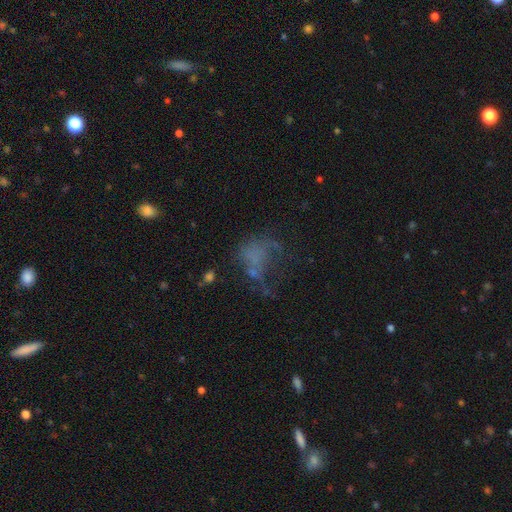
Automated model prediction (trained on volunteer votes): A smooth galaxy with no disk features (39%, tied with featured or disk).

Vote fractions:
- Smooth or featured? smooth: 39% (tied) / featured or disk: 39% (tied) / star or artifact: 22%
- Merging? major disturbance: 45% / none: 30% / minor disturbance: 17% / merger: 9%